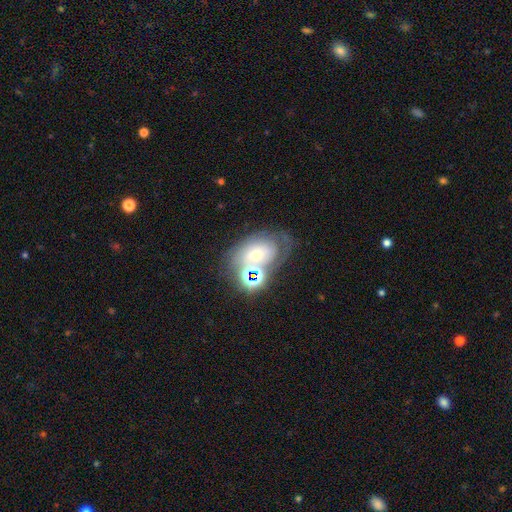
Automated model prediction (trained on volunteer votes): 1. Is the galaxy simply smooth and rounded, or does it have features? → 45% featured or disk, 32% smooth, 24% star or artifact.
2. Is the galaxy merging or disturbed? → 43% none, 23% merger, 19% minor disturbance, 16% major disturbance.